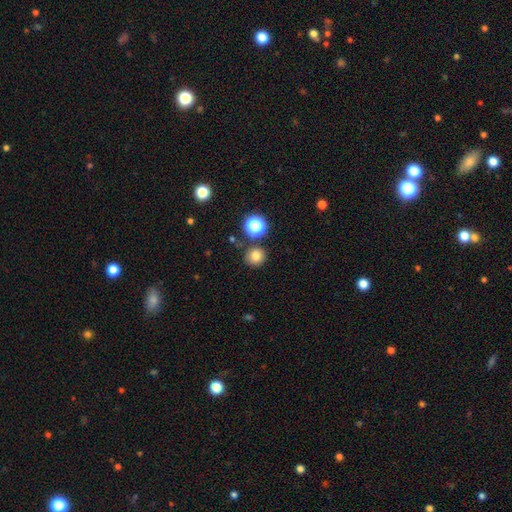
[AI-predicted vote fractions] The model was most divided on "smooth or featured": smooth: 77%, star or artifact: 16%, featured or disk: 7%. More confident: how rounded — round (91%); merging — none (84%).